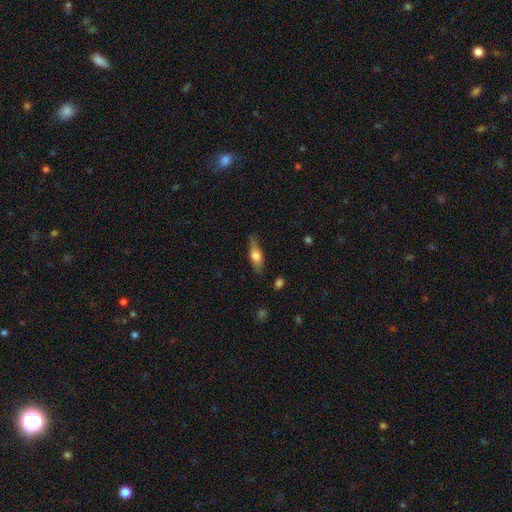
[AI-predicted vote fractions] The model was most divided on "how rounded": in between: 51%, cigar-shaped: 44%, round: 4%. More confident: merging — none (76%); smooth or featured — smooth (53%).